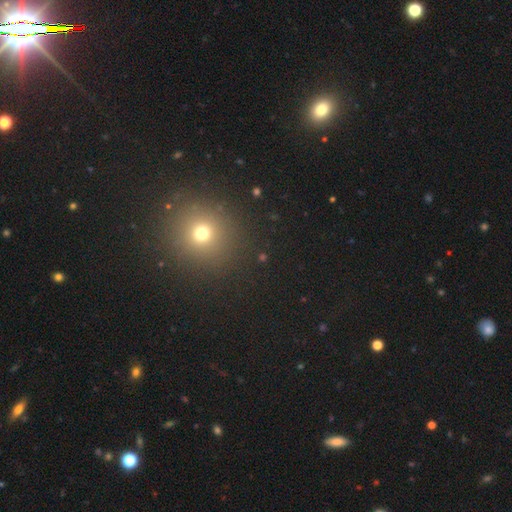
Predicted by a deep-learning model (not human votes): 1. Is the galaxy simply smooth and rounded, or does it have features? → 57% smooth, 36% star or artifact, 7% featured or disk.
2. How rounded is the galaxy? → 91% round, 7% in between, 1% cigar-shaped.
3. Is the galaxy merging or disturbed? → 91% none, 5% minor disturbance, 2% major disturbance, 2% merger.